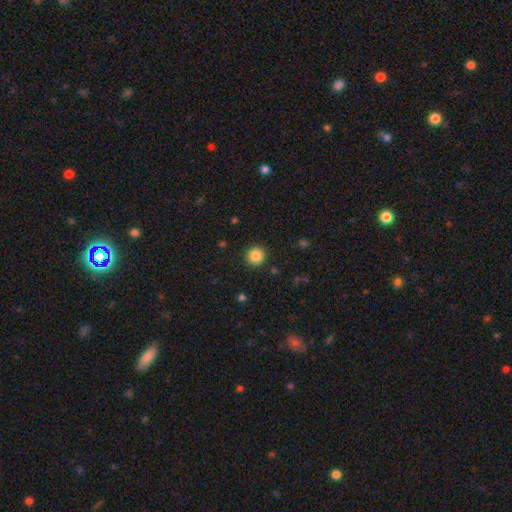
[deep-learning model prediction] A smooth galaxy with no disk features (85%) that is round (92%).

Vote fractions:
- Smooth or featured? smooth: 85% / star or artifact: 10% / featured or disk: 5%
- How rounded? round: 92% / in between: 7% / cigar-shaped: 1%
- Merging? none: 92% / minor disturbance: 5% / major disturbance: 2% / merger: 1%